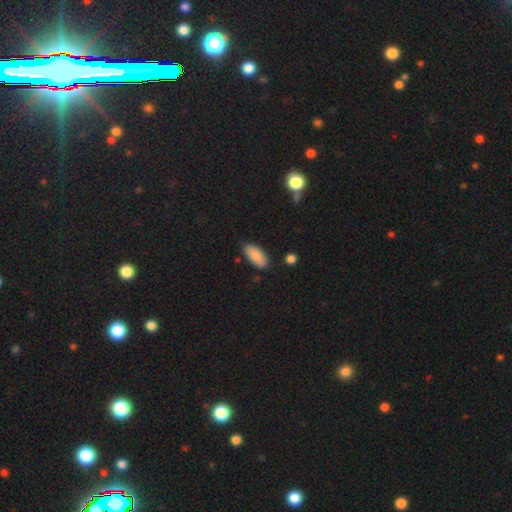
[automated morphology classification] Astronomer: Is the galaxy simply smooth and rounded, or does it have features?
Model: smooth — 87%.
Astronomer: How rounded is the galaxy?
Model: in between — 89%.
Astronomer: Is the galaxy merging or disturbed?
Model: none — 81%.